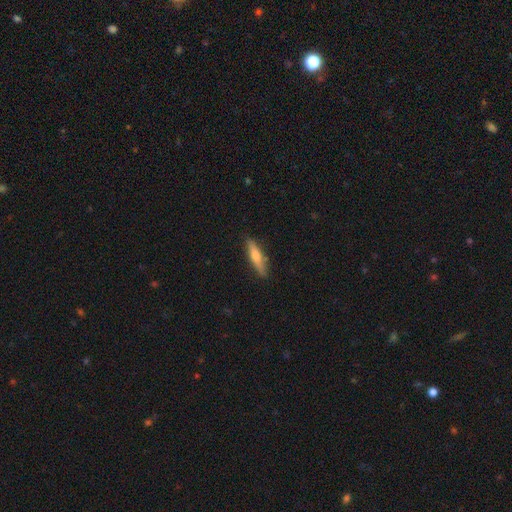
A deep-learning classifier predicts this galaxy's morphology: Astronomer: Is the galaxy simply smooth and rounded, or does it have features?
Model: smooth — 52% (runner-up: featured or disk, 42%).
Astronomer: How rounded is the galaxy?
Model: cigar-shaped — 82%.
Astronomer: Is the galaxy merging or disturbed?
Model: none — 86%.